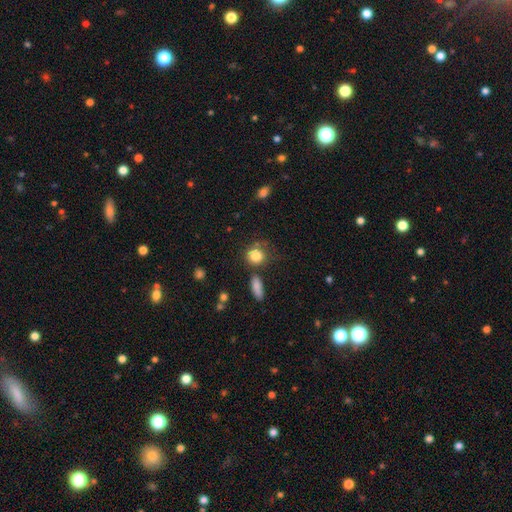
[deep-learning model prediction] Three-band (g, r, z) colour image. It shows a smooth galaxy with no disk features (83%) that is round (79%). Merging: none (63%).